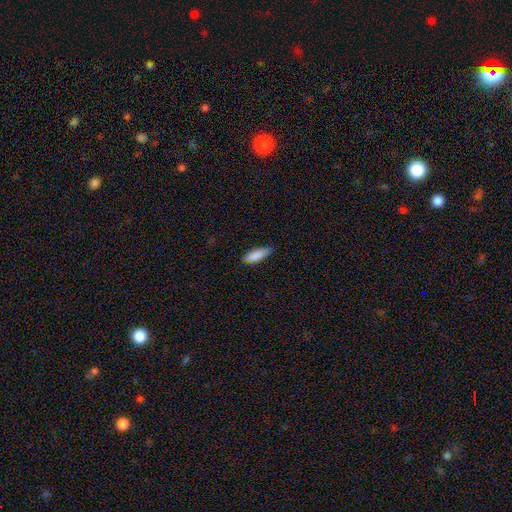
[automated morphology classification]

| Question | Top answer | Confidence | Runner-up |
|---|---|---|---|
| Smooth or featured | smooth | 87% | featured or disk (7%) |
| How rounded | in between | 59% | cigar-shaped (40%) |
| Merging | none | 78% | minor disturbance (18%) |